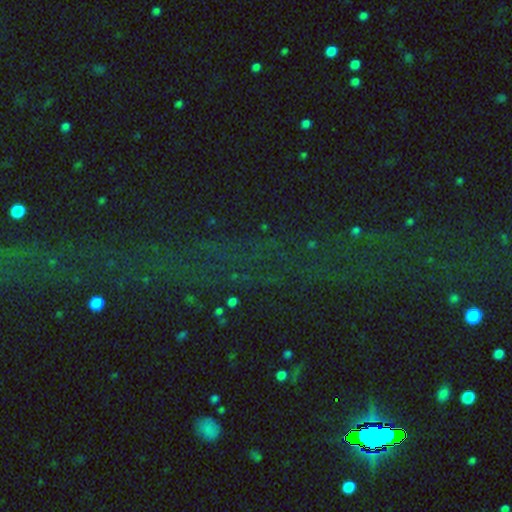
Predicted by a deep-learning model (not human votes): A star or artifact, not a galaxy (72%).

Vote fractions:
- Smooth or featured? star or artifact: 72% / smooth: 15% / featured or disk: 14%